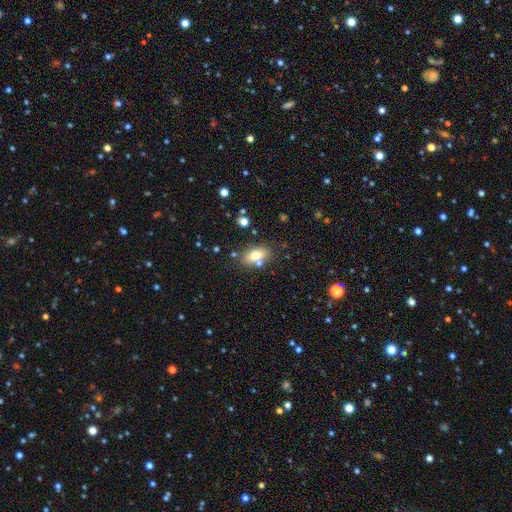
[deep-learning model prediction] Smooth or featured?
  - smooth: 74% *
  - featured or disk: 17%
  - star or artifact: 10%
How rounded?
  - in between: 86% *
  - round: 8%
  - cigar-shaped: 6%
Merging?
  - none: 72% *
  - minor disturbance: 13%
  - merger: 11%
  - major disturbance: 4%